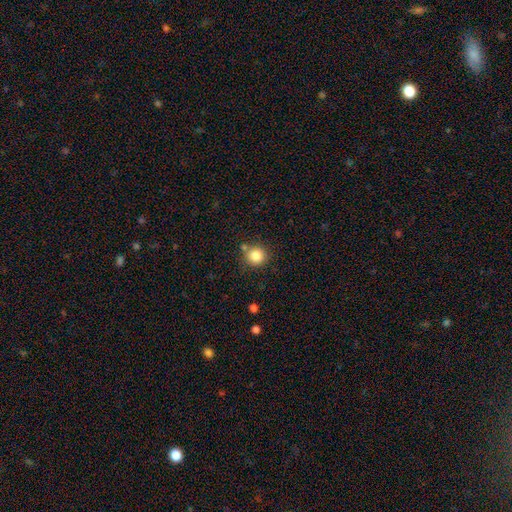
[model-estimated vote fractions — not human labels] Smooth or featured?
  - smooth: 84% *
  - star or artifact: 11%
  - featured or disk: 5%
How rounded?
  - round: 92% *
  - in between: 7%
  - cigar-shaped: 1%
Merging?
  - none: 75% *
  - minor disturbance: 11%
  - merger: 11%
  - major disturbance: 3%